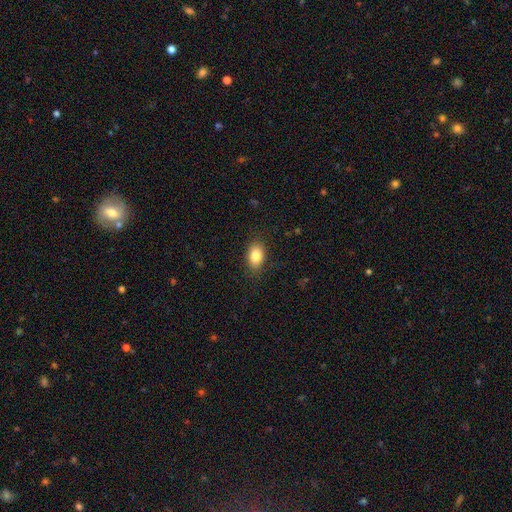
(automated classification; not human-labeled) This appears to be a smooth galaxy with no disk features (84%) that is in between round and cigar-shaped (85%). Merging: none (85%).